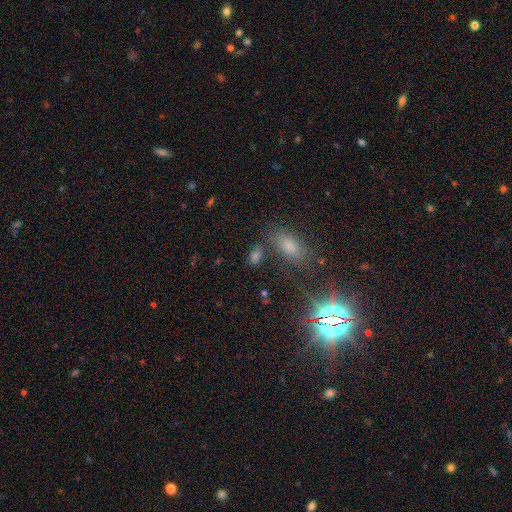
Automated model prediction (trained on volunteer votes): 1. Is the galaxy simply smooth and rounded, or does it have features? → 60% smooth, 30% star or artifact, 10% featured or disk.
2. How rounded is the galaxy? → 80% in between, 11% cigar-shaped, 9% round.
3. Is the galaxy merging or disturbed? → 70% none, 13% minor disturbance, 12% merger, 5% major disturbance.